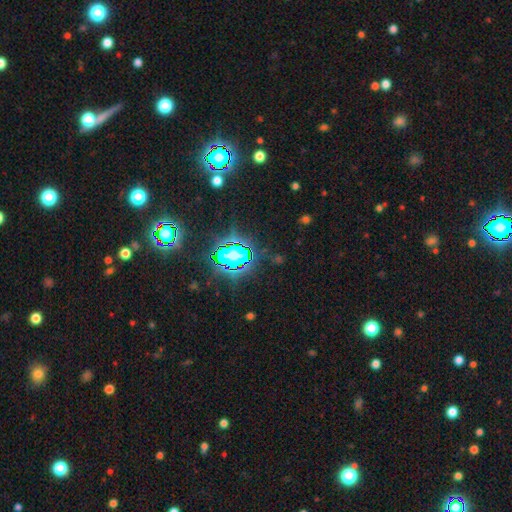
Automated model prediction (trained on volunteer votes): A star or artifact, not a galaxy (82%).

Vote fractions:
- Smooth or featured? star or artifact: 82% / smooth: 11% / featured or disk: 7%